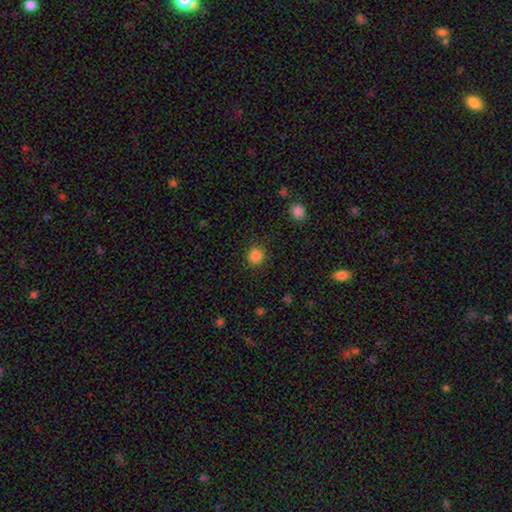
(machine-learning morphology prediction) smooth-or-featured: smooth: 85% | star or artifact: 11% | featured or disk: 3%
  how-rounded: round: 91% | in between: 8% | cigar-shaped: 1%
  merging: none: 89% | minor disturbance: 7% | major disturbance: 3% | merger: 1%